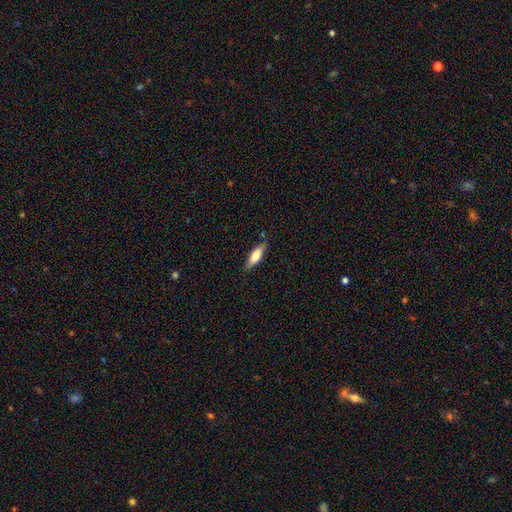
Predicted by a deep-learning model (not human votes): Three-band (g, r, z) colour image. It shows a smooth galaxy with no disk features (71%) that is in between round and cigar-shaped (53%). Merging: none (79%).